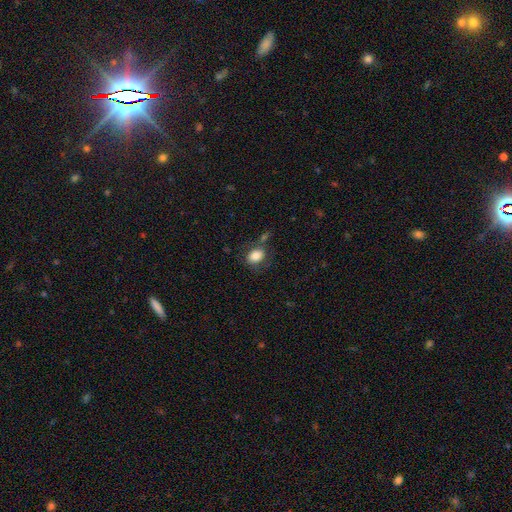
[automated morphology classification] Smooth or featured? smooth (83%)
How rounded? in between (68%)
Merging? none (60%)